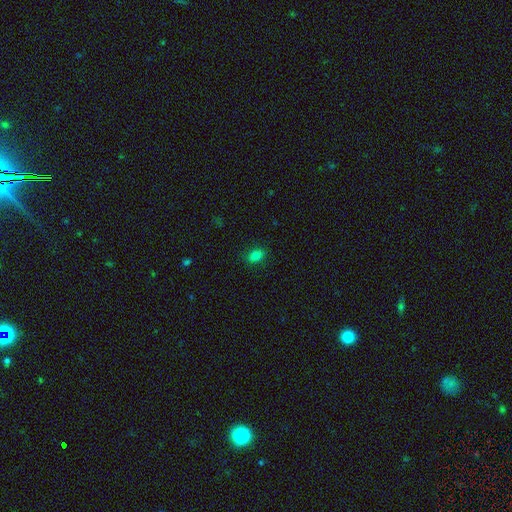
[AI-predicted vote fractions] Smooth or featured: smooth — 80% (star or artifact — 14%)
How rounded: in between — 81% (round — 16%)
Merging: none — 85% (minor disturbance — 12%)